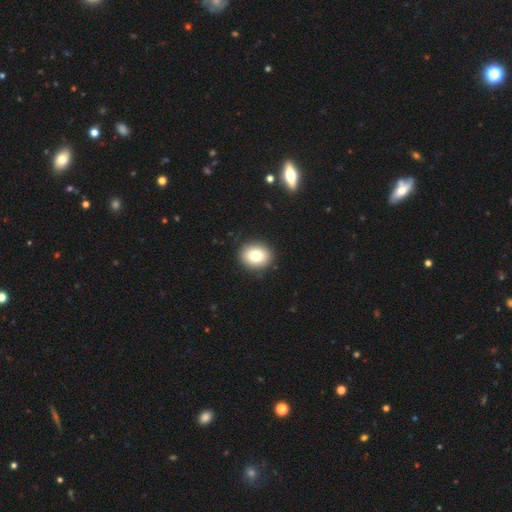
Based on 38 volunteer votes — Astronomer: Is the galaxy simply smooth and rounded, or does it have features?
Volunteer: smooth — 79%.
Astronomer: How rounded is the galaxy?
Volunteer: round — 83%.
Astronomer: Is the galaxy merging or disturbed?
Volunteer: none — 89%.